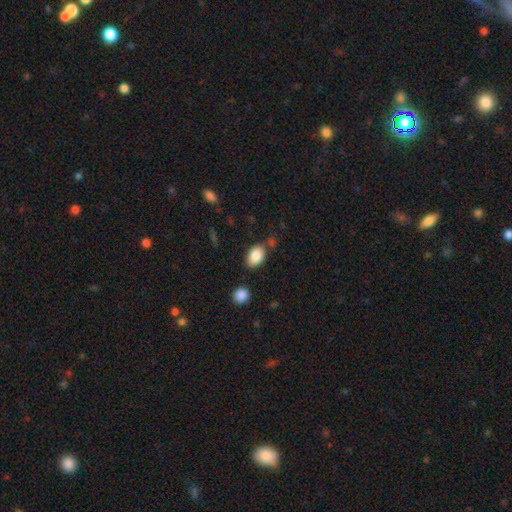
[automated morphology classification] smooth-or-featured: smooth: 87% | star or artifact: 7% | featured or disk: 6%
  how-rounded: in between: 85% | round: 14% | cigar-shaped: 1%
  merging: none: 72% | minor disturbance: 16% | merger: 8% | major disturbance: 4%